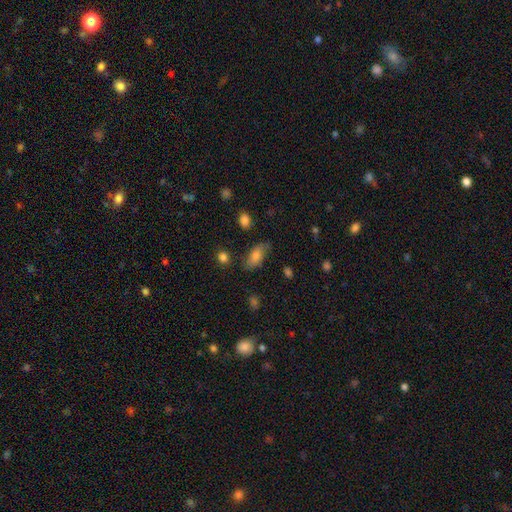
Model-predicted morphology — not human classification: smooth-or-featured: smooth: 74% | featured or disk: 17% | star or artifact: 9%
  how-rounded: in between: 88% | cigar-shaped: 7% | round: 5%
  merging: none: 69% | minor disturbance: 22% | major disturbance: 6% | merger: 3%